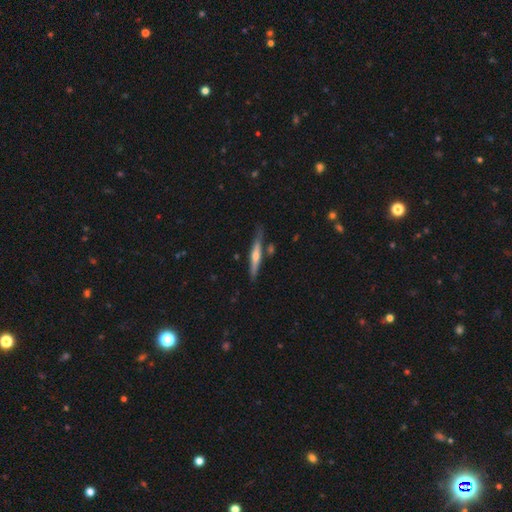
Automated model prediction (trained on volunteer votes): Overall: featured or disk (63%; smooth 32%). Edge-on disk: yes (96%). Edge-on bulge: rounded (78%). Merging: none (80%).